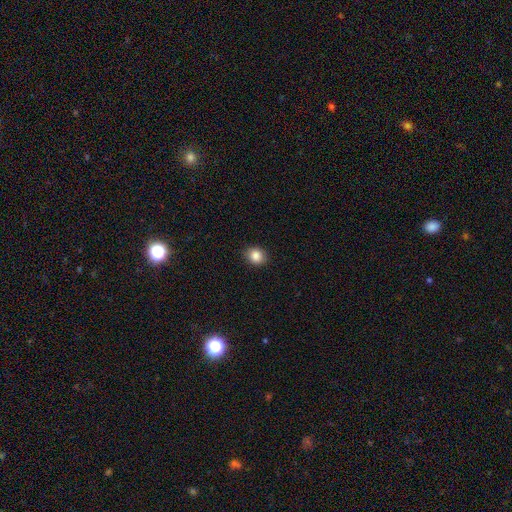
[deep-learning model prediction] This appears to be a smooth galaxy with no disk features (86%) that is round (69%). Merging: none (88%).